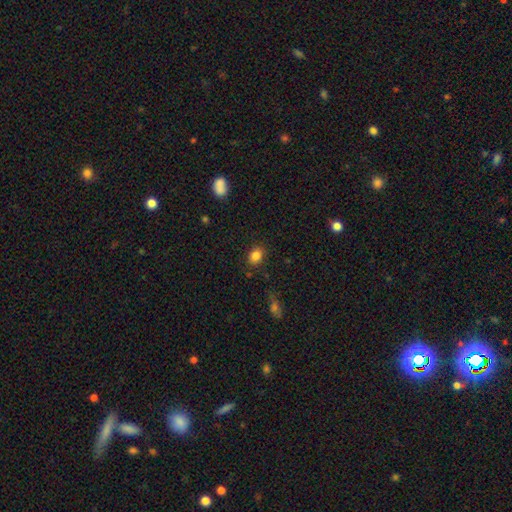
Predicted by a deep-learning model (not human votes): A smooth galaxy with no disk features (85%) that is in between round and cigar-shaped (61%).

Vote fractions:
- Smooth or featured? smooth: 85% / star or artifact: 10% / featured or disk: 5%
- How rounded? in between: 61% / round: 38% / cigar-shaped: 1%
- Merging? none: 84% / minor disturbance: 11% / major disturbance: 3% / merger: 2%